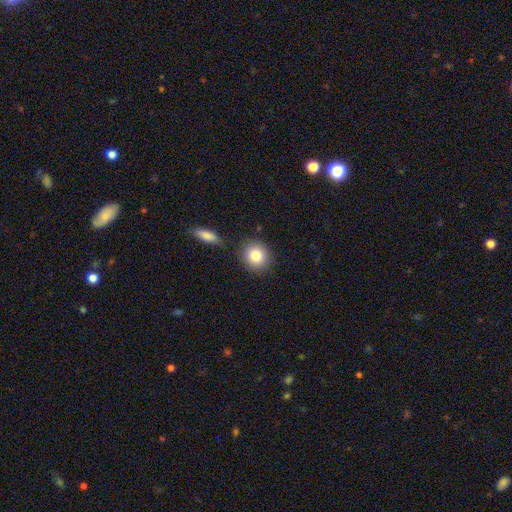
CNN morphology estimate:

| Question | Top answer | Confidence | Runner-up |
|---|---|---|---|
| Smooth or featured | smooth | 84% | featured or disk (8%) |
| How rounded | round | 85% | in between (14%) |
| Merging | none | 82% | minor disturbance (9%) |